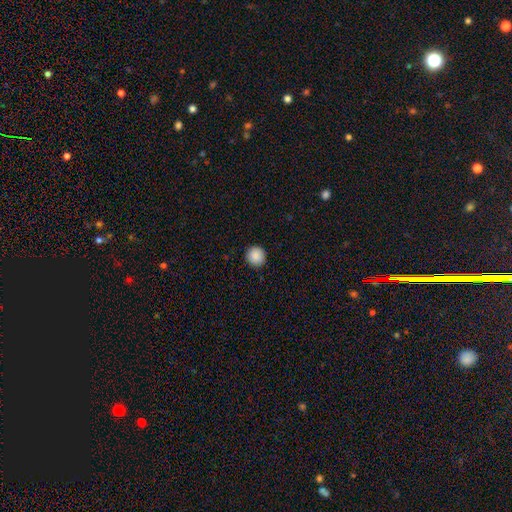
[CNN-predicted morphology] The model was most divided on "smooth or featured": smooth: 89%, star or artifact: 8%, featured or disk: 3%. More confident: how rounded — round (95%); merging — none (92%).